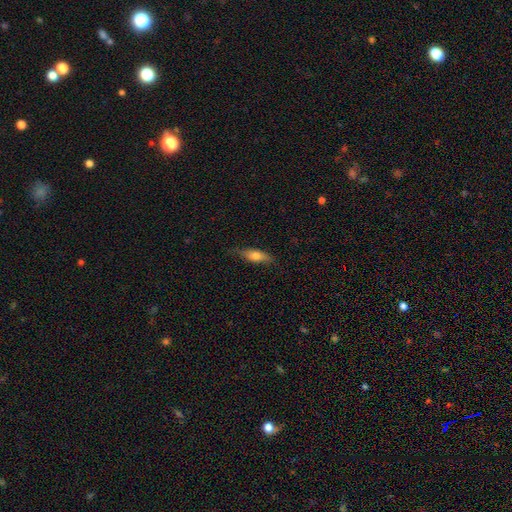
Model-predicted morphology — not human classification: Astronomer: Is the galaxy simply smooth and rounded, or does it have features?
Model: smooth — 67%.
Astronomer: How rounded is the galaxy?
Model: in between — 60% (runner-up: cigar-shaped, 37%).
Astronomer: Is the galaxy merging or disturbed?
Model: none — 73%.